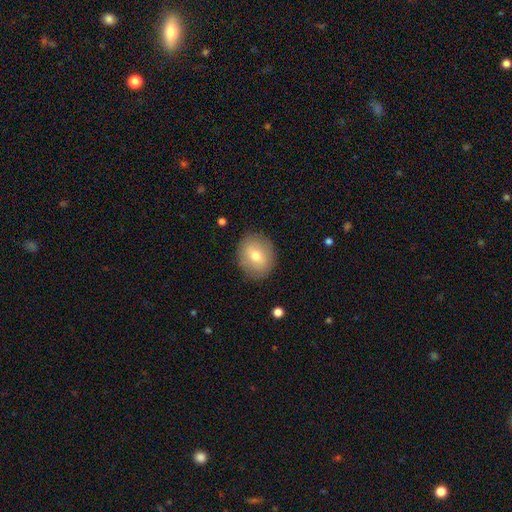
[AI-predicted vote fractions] A smooth galaxy with no disk features (67%) that is round (67%).

Vote fractions:
- Smooth or featured? smooth: 67% / featured or disk: 24% / star or artifact: 9%
- How rounded? round: 67% / in between: 32% / cigar-shaped: 1%
- Merging? none: 87% / minor disturbance: 9% / major disturbance: 3% / merger: 1%